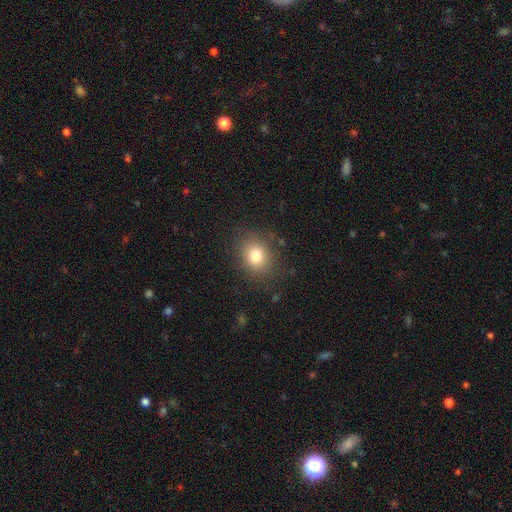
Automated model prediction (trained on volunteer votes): Morphology: type=smooth (79%); roundness=round (68%); merging=none (85%).